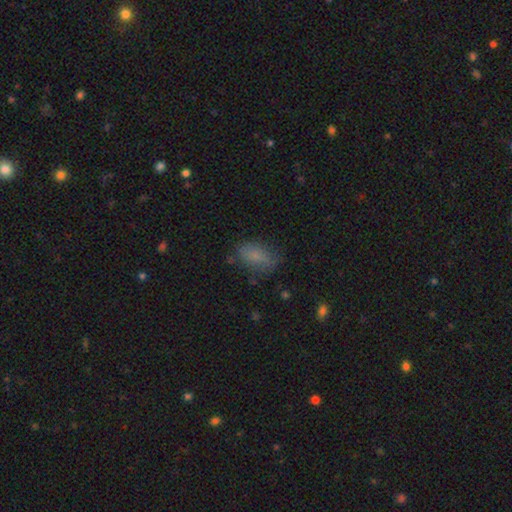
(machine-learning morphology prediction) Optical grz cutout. It shows a smooth galaxy with no disk features (78%) that is in between round and cigar-shaped (89%). Merging: none (66%).